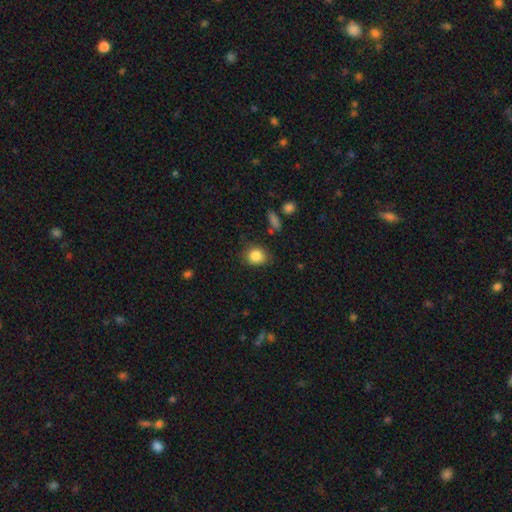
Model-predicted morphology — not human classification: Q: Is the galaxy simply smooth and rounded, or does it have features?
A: smooth — 85%.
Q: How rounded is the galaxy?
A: round — 68%.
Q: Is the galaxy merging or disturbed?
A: none — 78%.